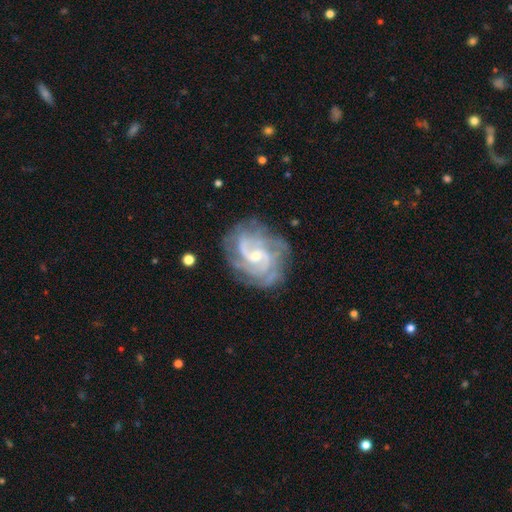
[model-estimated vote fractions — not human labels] The model was most divided on "spiral arm count": 2: 29%, 3: 25%, can't tell: 22%, 4: 12%, more than 4: 6%, 1: 6%. Remaining: edge-on disk — no (98%); spiral arms — yes (97%); smooth or featured — featured or disk (88%); merging — none (74%); bulge size — small (56%); spiral winding — tight (52%); bar — weak (48%).